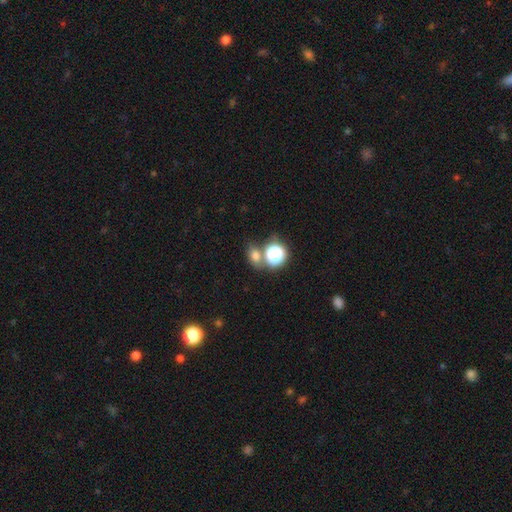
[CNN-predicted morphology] This appears to be a smooth galaxy with no disk features (67%) that is round (49%, tied with in between). Merging: none (61%).